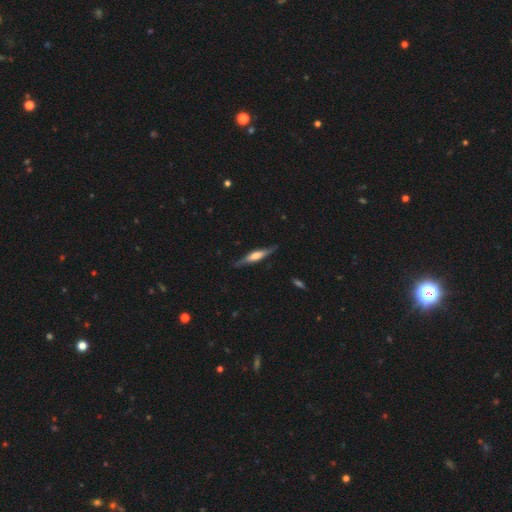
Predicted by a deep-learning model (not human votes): Smooth or featured? featured or disk (66%)
Edge-on disk? yes (95%)
Edge-on bulge? rounded (66%)
Merging? none (84%)